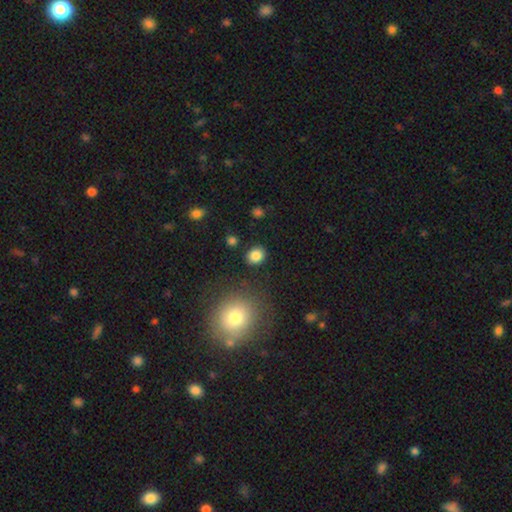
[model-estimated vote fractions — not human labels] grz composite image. It shows a smooth galaxy with no disk features (85%) that is round (68%). Merging: none (87%).